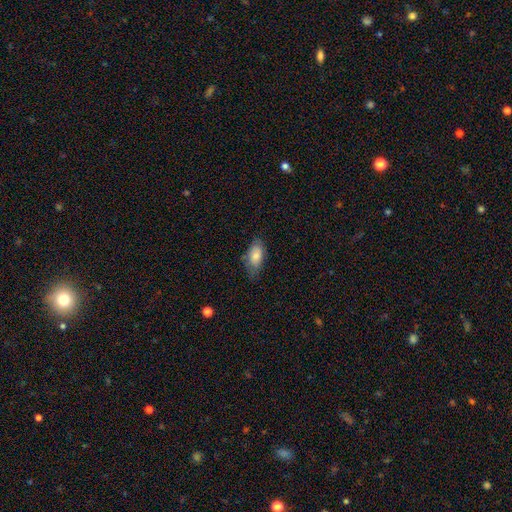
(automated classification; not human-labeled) Q: Smooth or featured?
A: smooth (75%); runner-up: featured or disk (18%)
Q: How rounded?
A: in between (90%); runner-up: cigar-shaped (5%)
Q: Merging?
A: none (62%); runner-up: minor disturbance (29%)